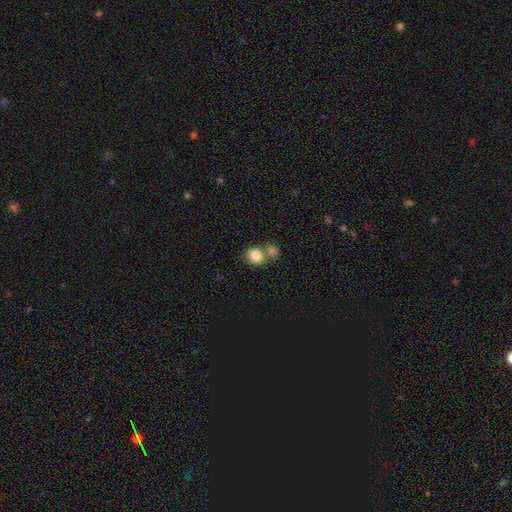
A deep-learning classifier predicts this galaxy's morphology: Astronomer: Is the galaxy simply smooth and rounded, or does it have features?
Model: smooth — 84%.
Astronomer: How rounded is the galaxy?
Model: round — 68%.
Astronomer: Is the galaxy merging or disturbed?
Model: merger — 44% (runner-up: none, 43%).